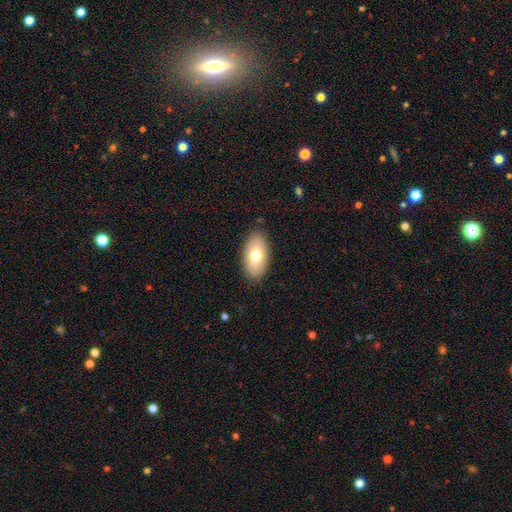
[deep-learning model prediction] Smooth or featured?
  - smooth: 74% *
  - featured or disk: 20%
  - star or artifact: 6%
How rounded?
  - in between: 94% *
  - round: 3%
  - cigar-shaped: 3%
Merging?
  - none: 86% *
  - minor disturbance: 10%
  - major disturbance: 2%
  - merger: 1%